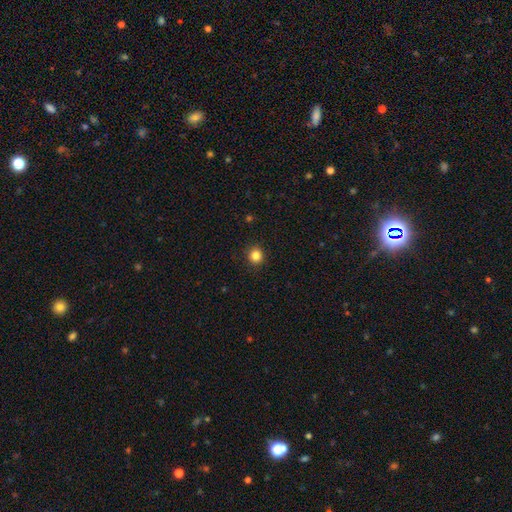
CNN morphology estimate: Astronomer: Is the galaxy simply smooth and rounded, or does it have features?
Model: smooth — 84%.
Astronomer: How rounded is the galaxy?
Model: round — 90%.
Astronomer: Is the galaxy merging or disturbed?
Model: none — 92%.